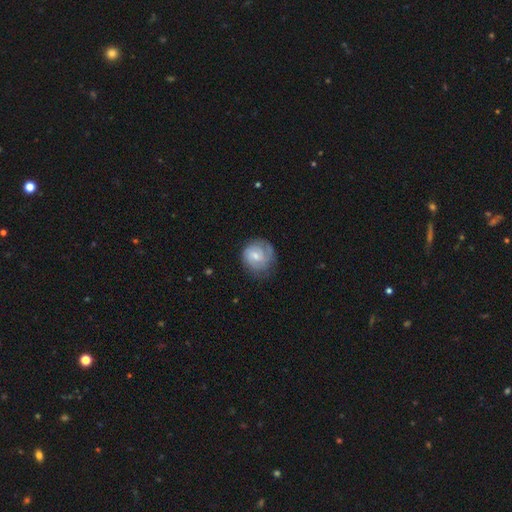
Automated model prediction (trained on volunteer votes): Q: Smooth or featured?
A: featured or disk (66%); runner-up: smooth (28%)
Q: Edge-on disk?
A: no (98%); runner-up: yes (2%)
Q: Bar?
A: weak (48%); runner-up: no (44%)
Q: Spiral arms?
A: yes (90%); runner-up: no (10%)
Q: Spiral winding?
A: tight (58%); runner-up: medium (32%)
Q: Spiral arm count?
A: 2 (45%); runner-up: can't tell (28%)
Q: Bulge size?
A: small (54%); runner-up: moderate (37%)
Q: Merging?
A: none (68%); runner-up: minor disturbance (21%)